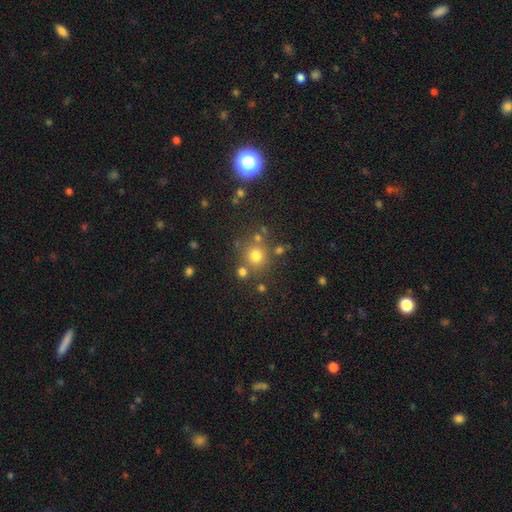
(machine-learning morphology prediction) smooth-or-featured: smooth: 73% | star or artifact: 19% | featured or disk: 9%
  how-rounded: round: 89% | in between: 10% | cigar-shaped: 1%
  merging: none: 73% | merger: 12% | minor disturbance: 10% | major disturbance: 4%